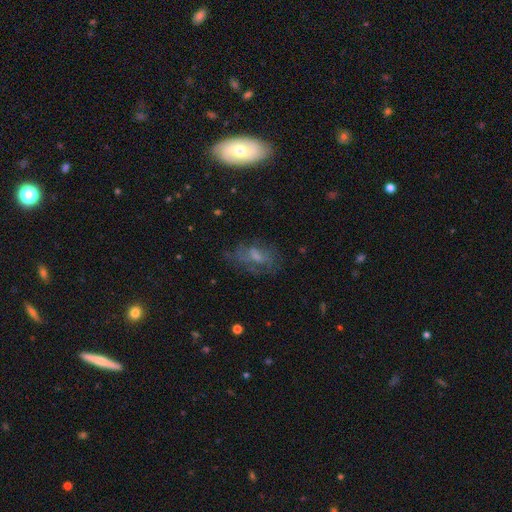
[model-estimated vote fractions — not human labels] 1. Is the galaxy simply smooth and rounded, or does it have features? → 45% featured or disk, 36% smooth, 18% star or artifact.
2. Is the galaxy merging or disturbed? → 58% none, 22% minor disturbance, 17% major disturbance, 3% merger.